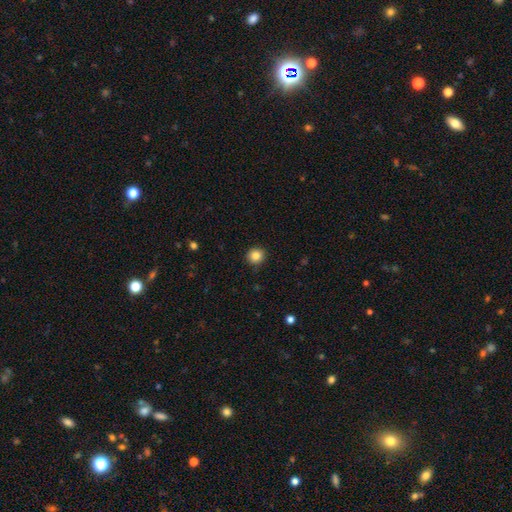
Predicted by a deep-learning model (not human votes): This is clearly a smooth galaxy (85%). How rounded: clearly round (92%). Merging: clearly none (91%).